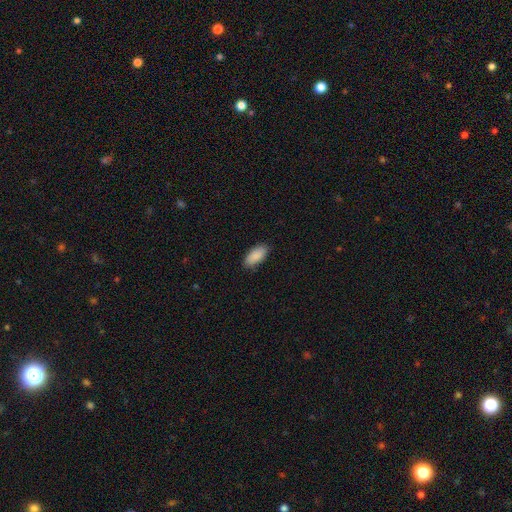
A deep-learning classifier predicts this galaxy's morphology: A smooth galaxy with no disk features (90%) that is in between round and cigar-shaped (91%).

Vote fractions:
- Smooth or featured? smooth: 90% / star or artifact: 6% / featured or disk: 4%
- How rounded? in between: 91% / cigar-shaped: 8% / round: 2%
- Merging? none: 86% / minor disturbance: 11% / major disturbance: 2% / merger: 1%